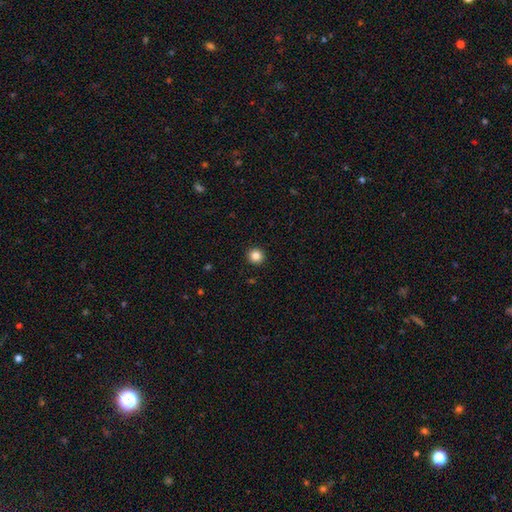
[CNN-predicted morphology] Smooth or featured?
  - smooth: 85% *
  - star or artifact: 11%
  - featured or disk: 4%
How rounded?
  - round: 95% *
  - in between: 4%
  - cigar-shaped: 1%
Merging?
  - none: 94% *
  - minor disturbance: 4%
  - major disturbance: 1%
  - merger: 1%